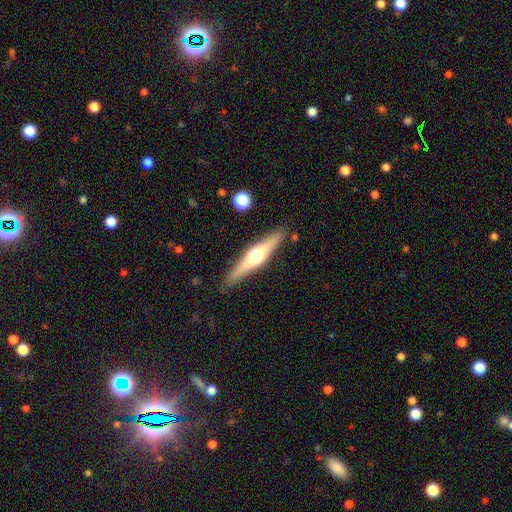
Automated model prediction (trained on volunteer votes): Morphology: type=featured or disk (64%); edge-on=yes (96%); edge-on bulge=rounded (92%); merging=none (87%).